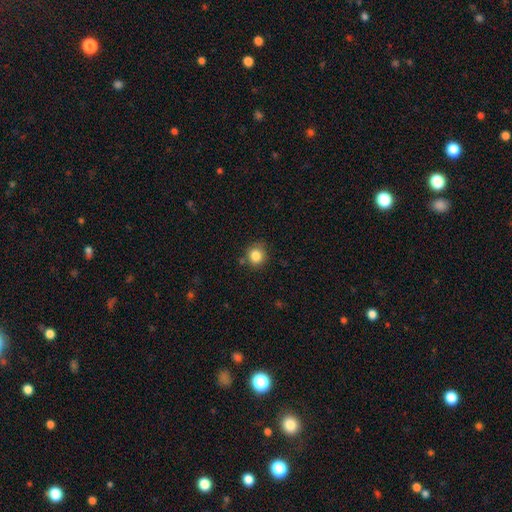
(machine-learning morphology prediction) Overall: smooth (85%). How rounded: round (87%). Merging: none (79%).